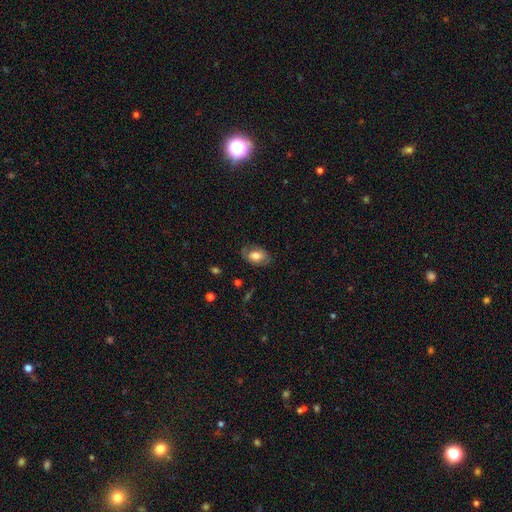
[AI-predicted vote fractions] A smooth galaxy with no disk features (70%) that is in between round and cigar-shaped (89%). Merging: none (70%).